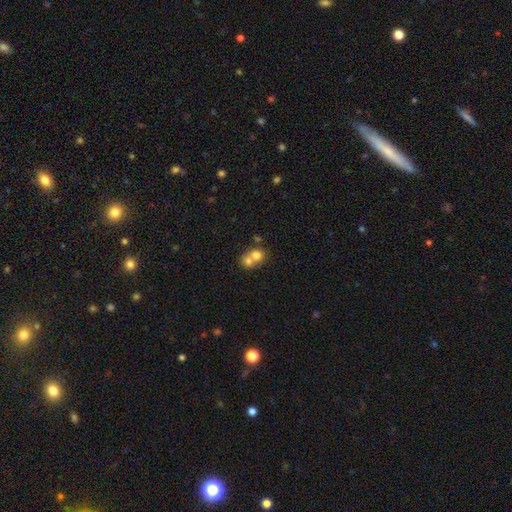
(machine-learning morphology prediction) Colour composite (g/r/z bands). It shows a smooth galaxy with no disk features (71%) that is round (73%). Merging: merger (65%).